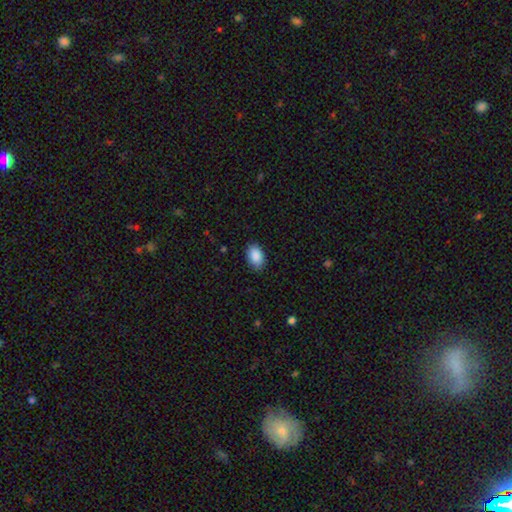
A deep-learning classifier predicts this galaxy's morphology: smooth_or_featured: smooth (p=0.90) [alt: star or artifact p=0.07]
how_rounded: in between (p=0.90) [alt: round p=0.09]
merging: none (p=0.84) [alt: minor disturbance p=0.12]